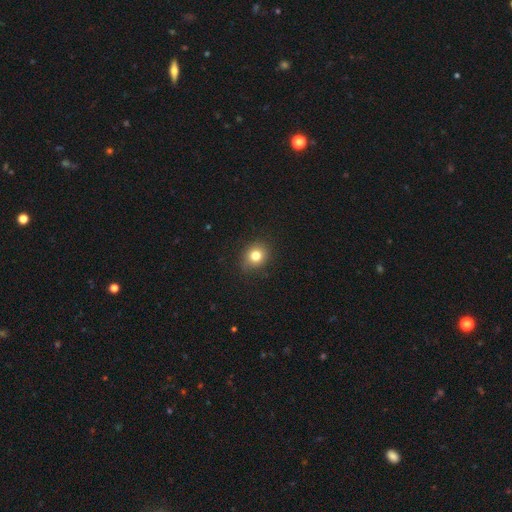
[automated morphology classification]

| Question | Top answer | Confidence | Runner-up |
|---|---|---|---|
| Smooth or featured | smooth | 79% | star or artifact (13%) |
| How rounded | round | 73% | in between (26%) |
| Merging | none | 85% | minor disturbance (12%) |